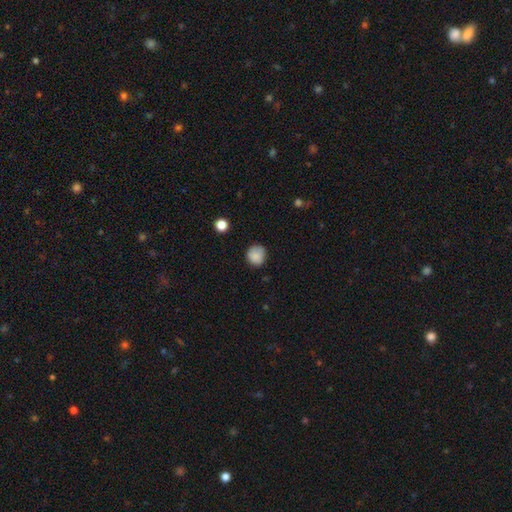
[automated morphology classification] Q: Smooth or featured?
A: smooth (86%); runner-up: star or artifact (9%)
Q: How rounded?
A: round (86%); runner-up: in between (13%)
Q: Merging?
A: none (79%); runner-up: minor disturbance (16%)